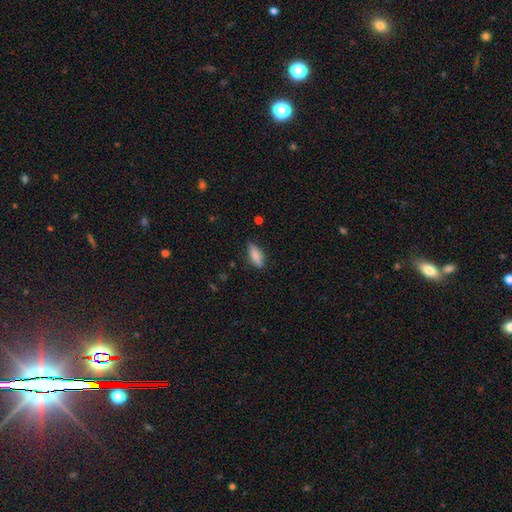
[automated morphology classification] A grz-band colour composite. It shows a smooth galaxy with no disk features (77%) that is in between round and cigar-shaped (70%). Merging: none (75%).